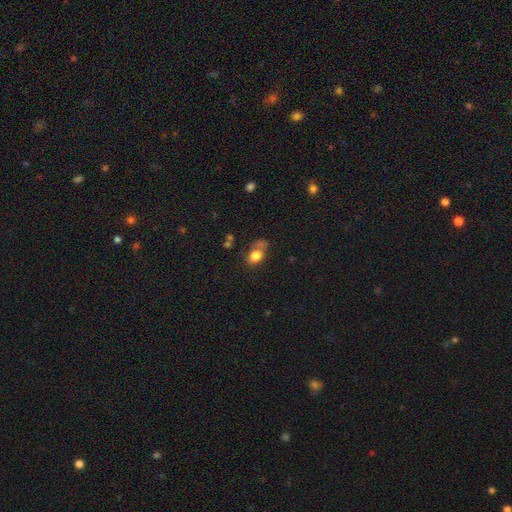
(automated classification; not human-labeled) Overall: smooth (80%). How rounded: in between (64%; round 34%). Merging: none (45%; minor disturbance 24%).